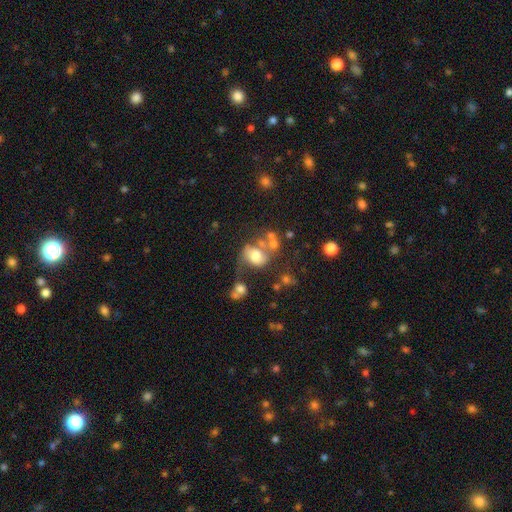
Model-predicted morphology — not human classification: smooth-or-featured: smooth: 48% | featured or disk: 39% | star or artifact: 13%
  merging: merger: 32% | none: 28% | major disturbance: 22% | minor disturbance: 18%